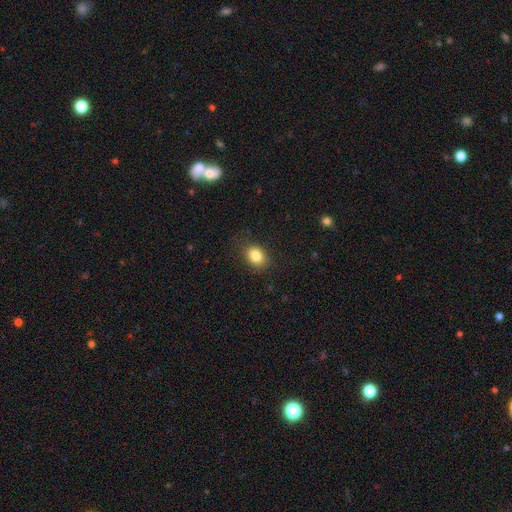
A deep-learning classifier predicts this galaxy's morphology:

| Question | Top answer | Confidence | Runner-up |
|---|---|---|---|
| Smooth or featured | smooth | 84% | star or artifact (10%) |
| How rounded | in between | 64% | round (34%) |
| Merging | none | 84% | minor disturbance (12%) |